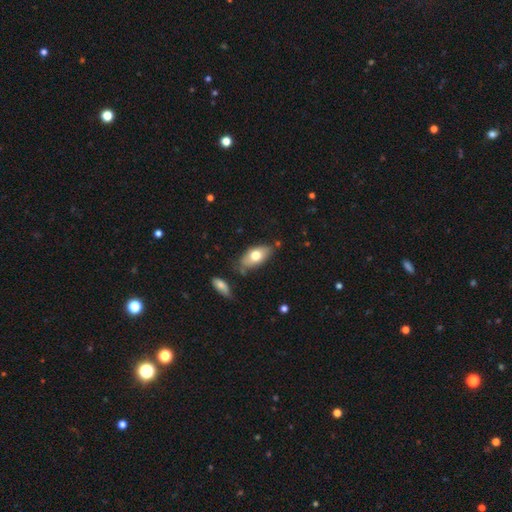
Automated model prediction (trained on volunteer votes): A smooth galaxy with no disk features (69%) that is in between round and cigar-shaped (89%). Merging: none (68%).